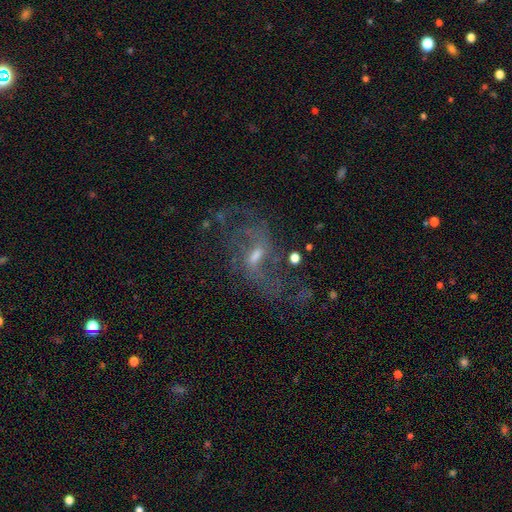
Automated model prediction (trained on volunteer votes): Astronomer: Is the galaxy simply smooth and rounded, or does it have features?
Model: featured or disk — 79%.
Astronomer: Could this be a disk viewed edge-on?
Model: no — 95%.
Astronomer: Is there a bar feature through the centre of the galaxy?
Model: weak — 56%.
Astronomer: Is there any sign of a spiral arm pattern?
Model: yes — 81%.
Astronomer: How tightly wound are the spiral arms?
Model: loose — 67%.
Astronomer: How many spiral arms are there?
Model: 2 — 73%.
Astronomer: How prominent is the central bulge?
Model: small — 48% (runner-up: moderate, 41%).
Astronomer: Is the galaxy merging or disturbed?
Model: none — 50% (runner-up: major disturbance, 27%).